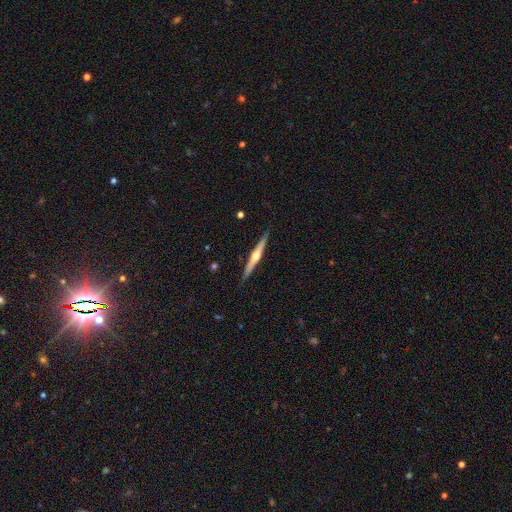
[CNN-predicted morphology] Smooth or featured? Predicted: featured or disk (p=0.73). Edge-on disk? Predicted: yes (p=0.98). Edge-on bulge? Predicted: rounded (p=0.91). Merging? Predicted: none (p=0.89).